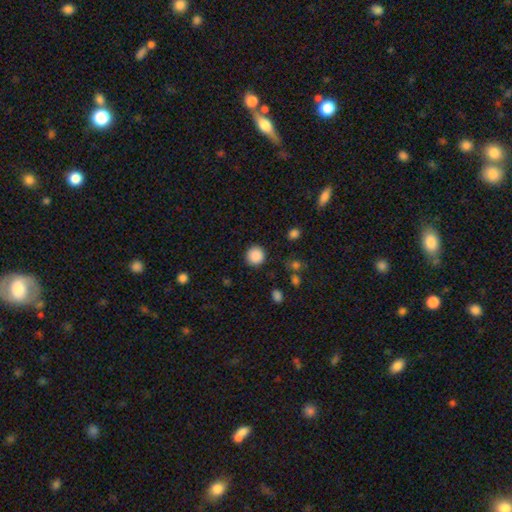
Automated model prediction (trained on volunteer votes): Overall: smooth (88%). How rounded: round (94%). Merging: none (90%).